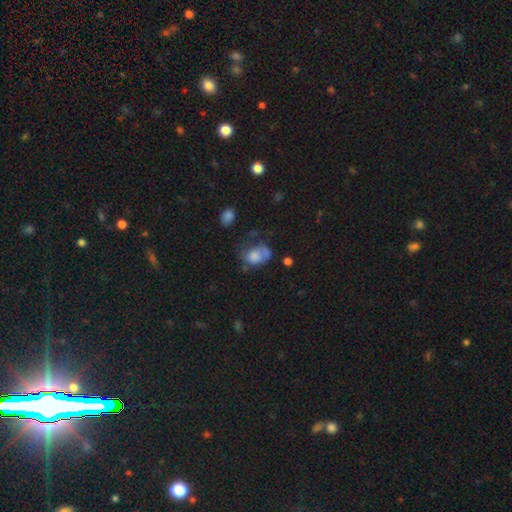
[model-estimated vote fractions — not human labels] Overall: smooth (68%). How rounded: in between (62%; round 37%). Merging: none (30%; minor disturbance 26%).